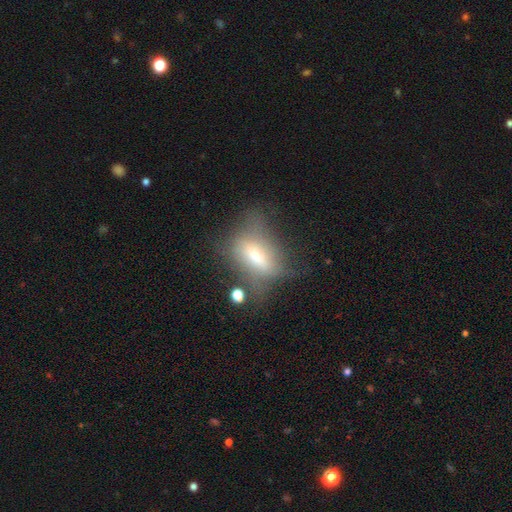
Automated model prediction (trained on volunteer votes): The model was most divided on "smooth or featured": smooth: 45%, featured or disk: 43%, star or artifact: 12%. Remaining: merging — none (37%).